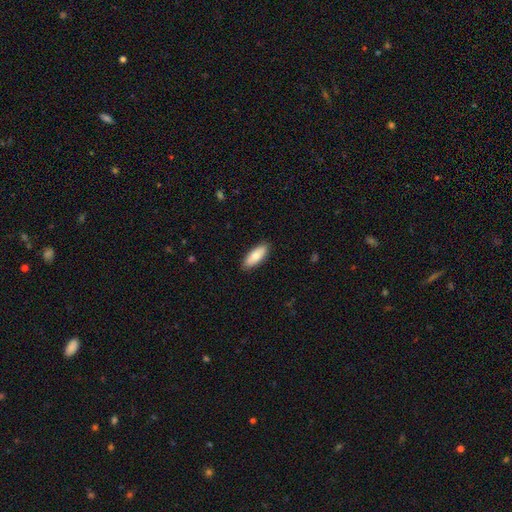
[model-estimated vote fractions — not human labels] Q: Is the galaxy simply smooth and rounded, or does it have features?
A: smooth — 80%.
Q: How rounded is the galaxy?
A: in between — 73%.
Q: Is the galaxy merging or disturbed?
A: none — 89%.